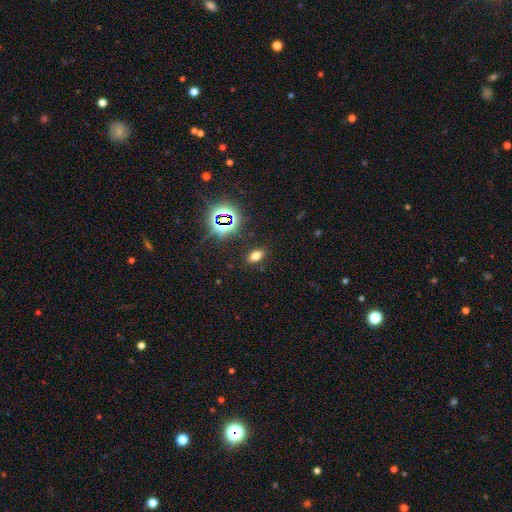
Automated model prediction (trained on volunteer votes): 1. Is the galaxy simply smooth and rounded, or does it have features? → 66% smooth, 26% star or artifact, 9% featured or disk.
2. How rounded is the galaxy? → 85% in between, 11% round, 4% cigar-shaped.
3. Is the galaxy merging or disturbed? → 87% none, 8% minor disturbance, 3% major disturbance, 2% merger.